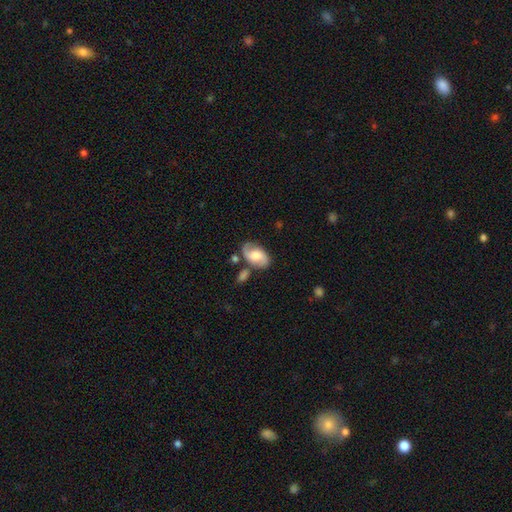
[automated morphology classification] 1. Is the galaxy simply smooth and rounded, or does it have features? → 69% featured or disk, 24% smooth, 7% star or artifact.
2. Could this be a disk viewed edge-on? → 97% no, 3% yes.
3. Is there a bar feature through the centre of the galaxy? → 54% no, 37% weak, 9% strong.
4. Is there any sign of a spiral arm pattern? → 91% yes, 9% no.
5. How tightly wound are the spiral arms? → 45% medium, 36% loose, 19% tight.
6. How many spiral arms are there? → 90% 2, 4% can't tell, 3% 1, 1% 3, 1% 4, 1% more than 4.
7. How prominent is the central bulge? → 45% moderate, 30% large, 14% small, 8% none, 3% dominant.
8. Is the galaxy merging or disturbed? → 64% none, 18% minor disturbance, 12% merger, 6% major disturbance.